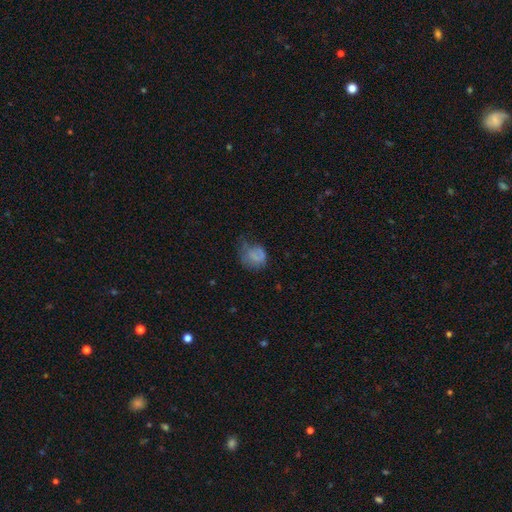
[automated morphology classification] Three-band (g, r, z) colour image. It shows a smooth galaxy with no disk features (65%) that is round (60%). Merging: major disturbance (36%).